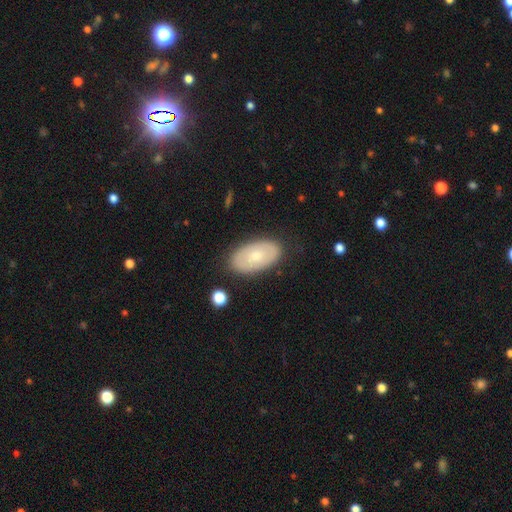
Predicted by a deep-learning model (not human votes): smooth 56%, featured or disk 37%, star or artifact 7%. Down the decision tree: how rounded — in between (93%); merging — none (85%).